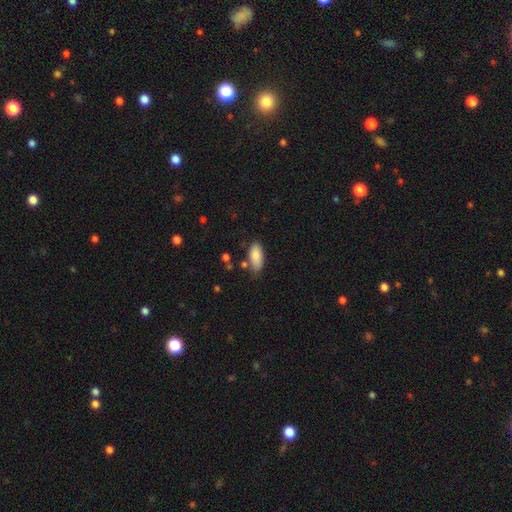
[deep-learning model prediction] This is clearly a smooth galaxy (86%). How rounded: clearly in between (85%). Merging: likely none (73%).